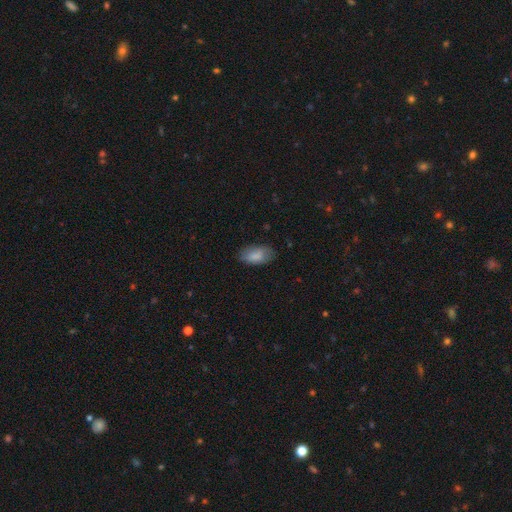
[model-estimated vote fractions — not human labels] Smooth or featured? smooth (85%)
How rounded? in between (94%)
Merging? none (77%)